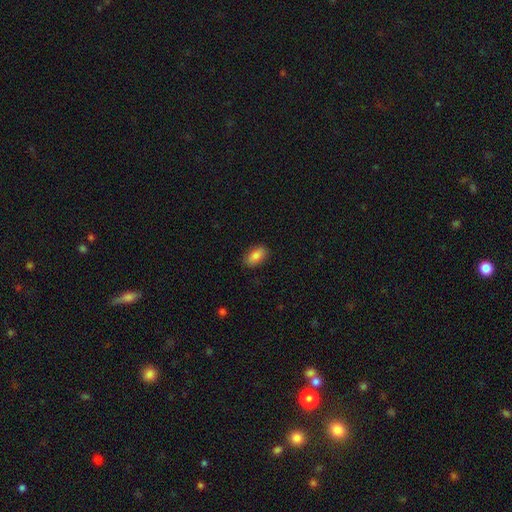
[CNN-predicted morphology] This appears to be a smooth galaxy with no disk features (84%) that is in between round and cigar-shaped (91%). Merging: none (87%).